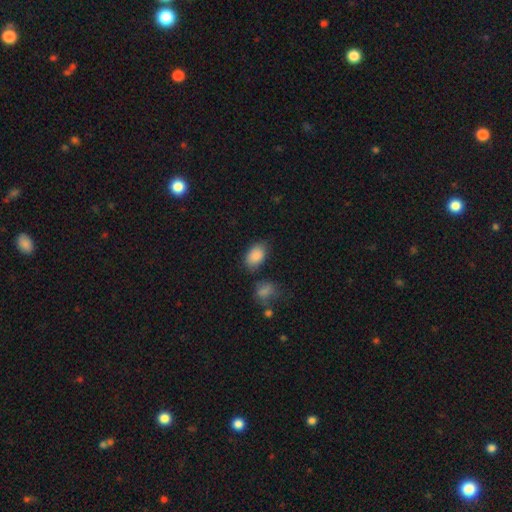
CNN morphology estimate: A smooth galaxy with no disk features (88%) that is in between round and cigar-shaped (87%).

Vote fractions:
- Smooth or featured? smooth: 88% / star or artifact: 7% / featured or disk: 5%
- How rounded? in between: 87% / round: 12% / cigar-shaped: 1%
- Merging? none: 71% / minor disturbance: 17% / merger: 8% / major disturbance: 5%